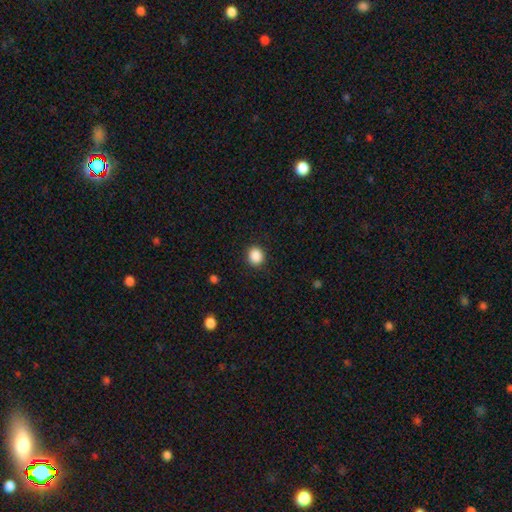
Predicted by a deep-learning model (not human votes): The model was most divided on "how rounded": round: 76%, in between: 23%, cigar-shaped: 1%. More confident: merging — none (90%); smooth or featured — smooth (89%).